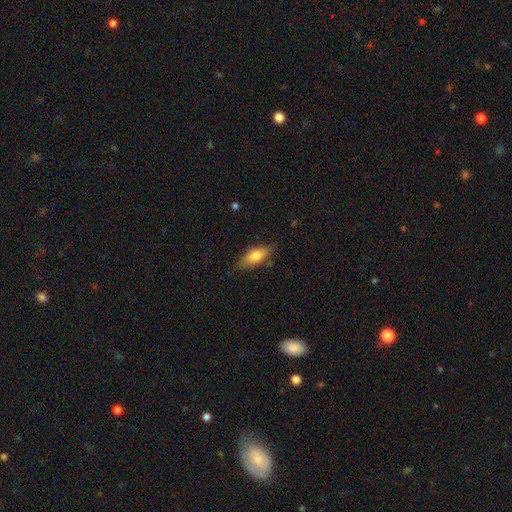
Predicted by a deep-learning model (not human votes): Smooth or featured? smooth (71%)
How rounded? in between (71%)
Merging? none (78%)